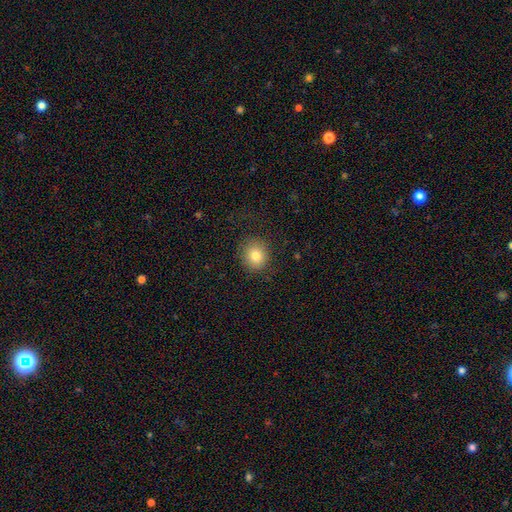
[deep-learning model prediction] Q: Smooth or featured?
A: smooth (80%); runner-up: star or artifact (11%)
Q: How rounded?
A: round (83%); runner-up: in between (16%)
Q: Merging?
A: none (85%); runner-up: minor disturbance (9%)